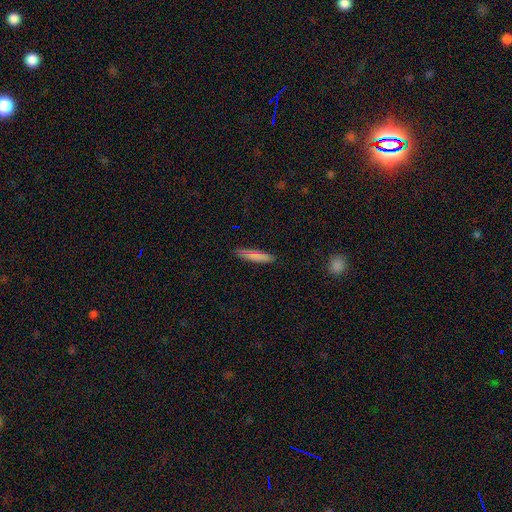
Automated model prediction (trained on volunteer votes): Smooth or featured?
  - smooth: 80% *
  - featured or disk: 13%
  - star or artifact: 7%
How rounded?
  - cigar-shaped: 86% *
  - in between: 13%
  - round: 1%
Merging?
  - none: 88% *
  - minor disturbance: 9%
  - major disturbance: 2%
  - merger: 1%